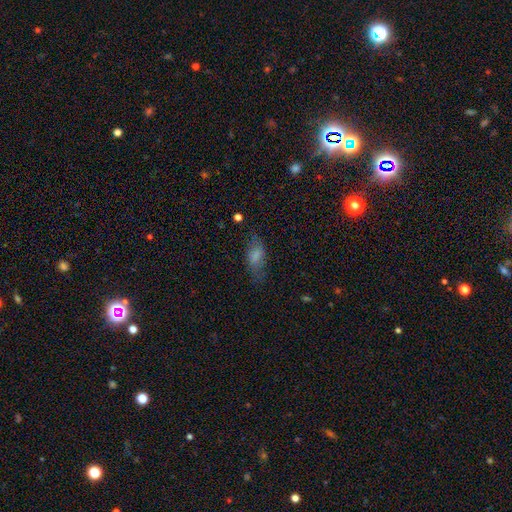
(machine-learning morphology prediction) Overall: smooth (72%). How rounded: in between (82%). Merging: none (65%).